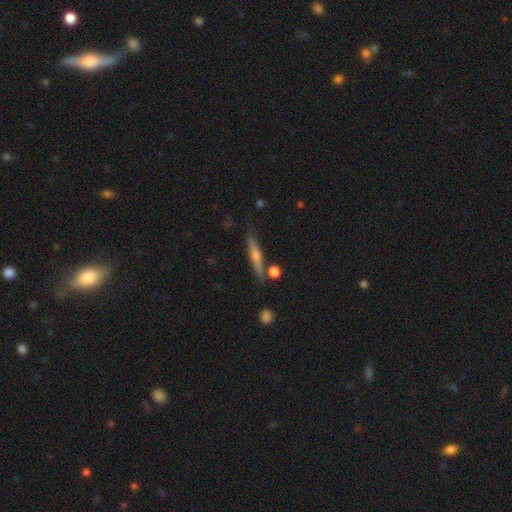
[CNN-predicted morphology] A featured or disk galaxy (61%) viewed edge-on (95%) with a rounded central bulge (79%).

Vote fractions:
- Smooth or featured? featured or disk: 61% / smooth: 31% / star or artifact: 8%
- Edge-on disk? yes: 95% / no: 5%
- Edge-on bulge? rounded: 79% / none: 15% / boxy: 6%
- Merging? none: 81% / minor disturbance: 12% / merger: 5% / major disturbance: 3%